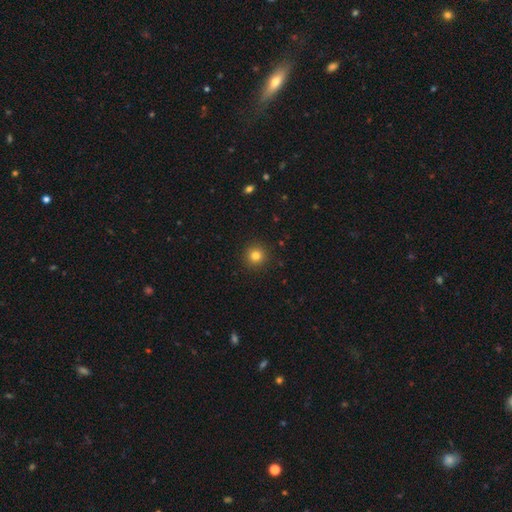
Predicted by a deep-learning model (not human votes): Q: Smooth or featured?
A: smooth (81%); runner-up: star or artifact (13%)
Q: How rounded?
A: round (95%); runner-up: in between (4%)
Q: Merging?
A: none (92%); runner-up: minor disturbance (5%)